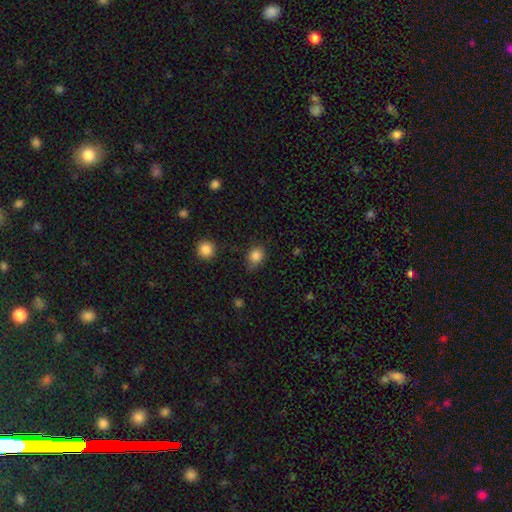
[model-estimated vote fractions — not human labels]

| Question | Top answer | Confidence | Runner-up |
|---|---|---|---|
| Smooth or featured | smooth | 85% | star or artifact (11%) |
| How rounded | round | 60% | in between (39%) |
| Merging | none | 68% | minor disturbance (24%) |